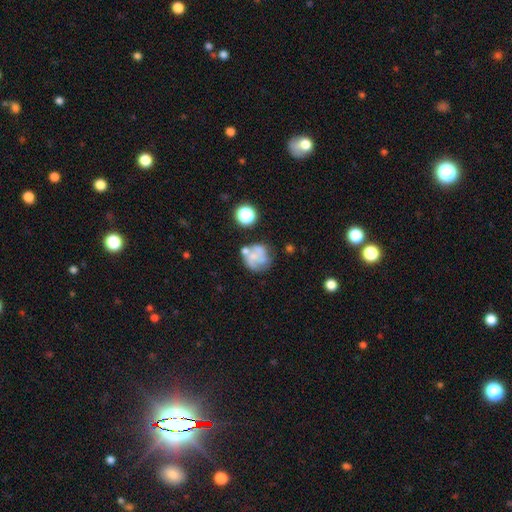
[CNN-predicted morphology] type=featured or disk (52%); edge-on=no (98%); bar=no (84%); spiral arms=no (50%, tied with yes); bulge=none (44%); merging=none (48%).